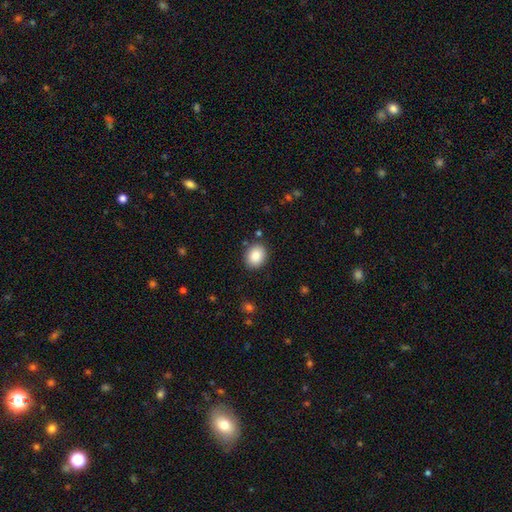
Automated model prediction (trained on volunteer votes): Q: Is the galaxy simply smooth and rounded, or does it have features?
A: smooth — 87%.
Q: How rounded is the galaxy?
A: round — 50%.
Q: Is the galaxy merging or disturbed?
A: none — 87%.